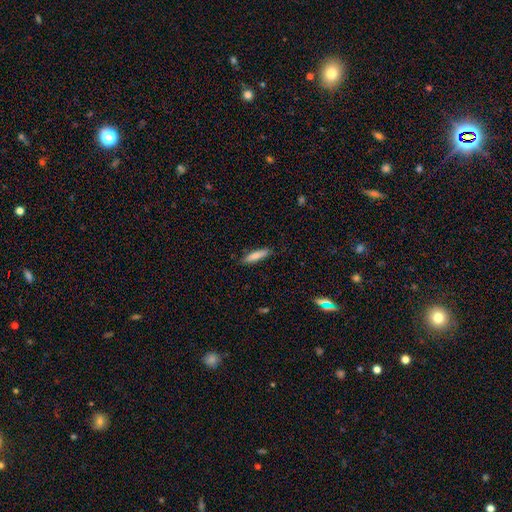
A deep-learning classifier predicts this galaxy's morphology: A smooth galaxy with no disk features (82%) that is cigar-shaped (76%).

Vote fractions:
- Smooth or featured? smooth: 82% / featured or disk: 12% / star or artifact: 6%
- How rounded? cigar-shaped: 76% / in between: 22% / round: 1%
- Merging? none: 86% / minor disturbance: 11% / major disturbance: 2% / merger: 1%